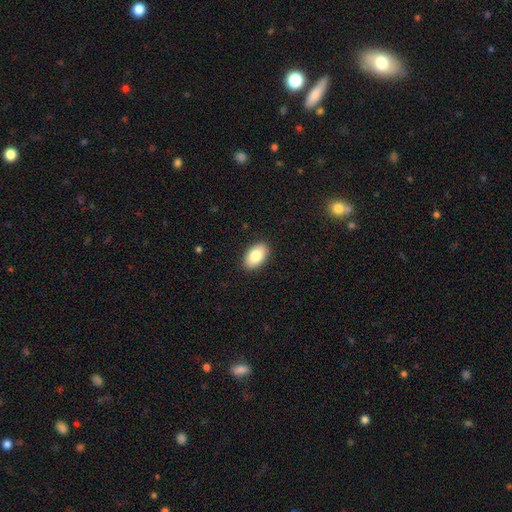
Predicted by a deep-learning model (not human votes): Smooth or featured?
  - smooth: 82% *
  - featured or disk: 12%
  - star or artifact: 7%
How rounded?
  - in between: 93% *
  - round: 5%
  - cigar-shaped: 1%
Merging?
  - none: 90% *
  - minor disturbance: 8%
  - major disturbance: 2%
  - merger: 1%